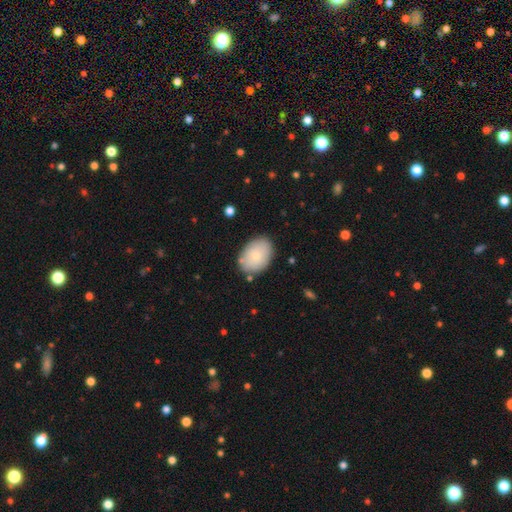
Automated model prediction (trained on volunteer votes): Morphology: type=smooth (78%); roundness=in between (81%); merging=none (82%).